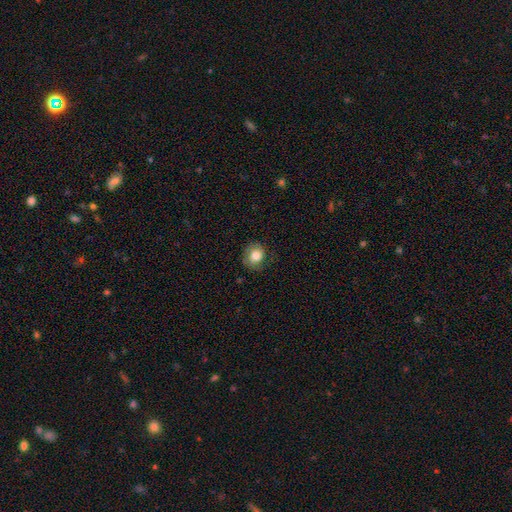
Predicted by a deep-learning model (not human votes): Morphology: type=smooth (80%); roundness=round (73%); merging=none (72%).